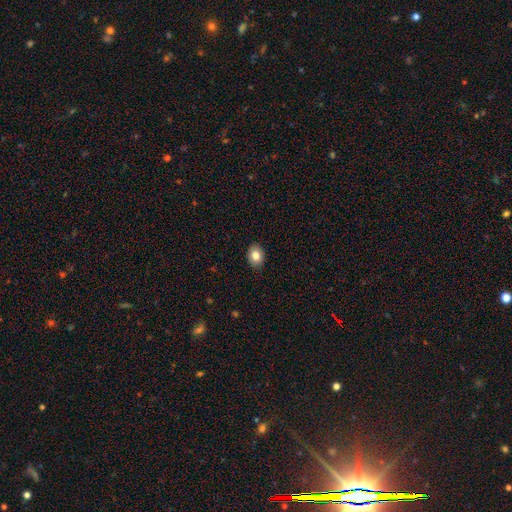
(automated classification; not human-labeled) This is clearly a smooth galaxy (83%). How rounded: likely in between (66%). Merging: clearly none (88%).